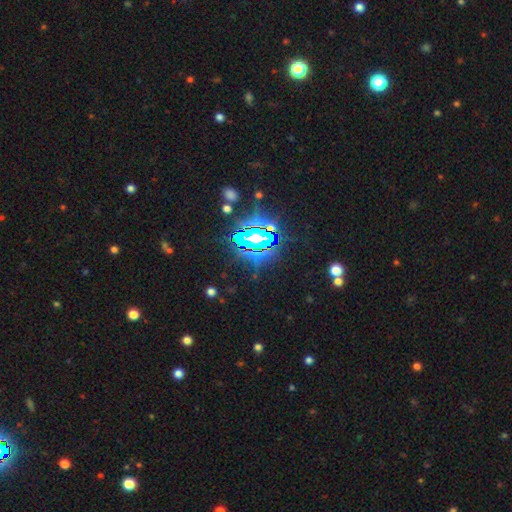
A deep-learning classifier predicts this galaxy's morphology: Q: Smooth or featured?
A: star or artifact (78%); runner-up: smooth (12%)